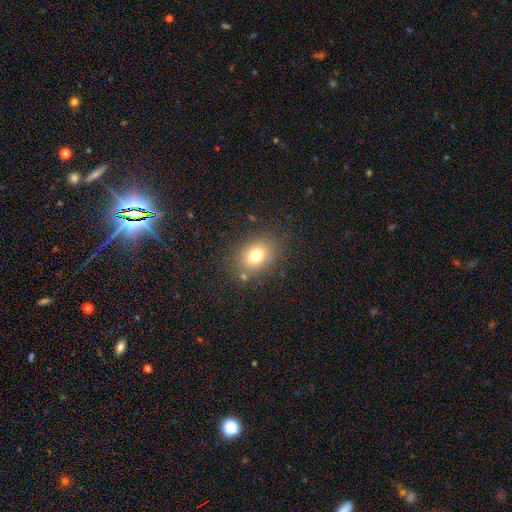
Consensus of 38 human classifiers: Overall: smooth (82%). How rounded: in between (55%; round 45%). Merging: none (89%).